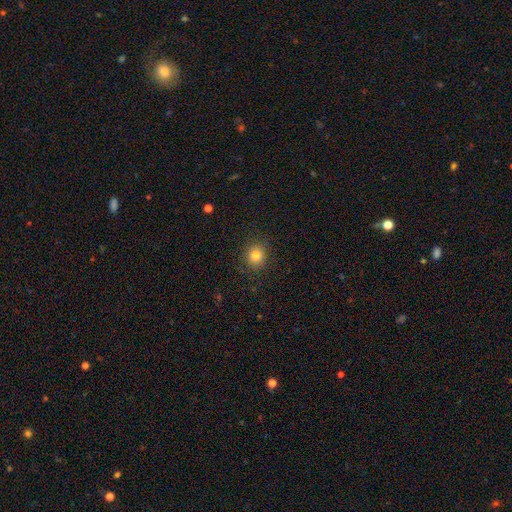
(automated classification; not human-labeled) A smooth galaxy with no disk features (81%) that is round (85%). Merging: none (88%).